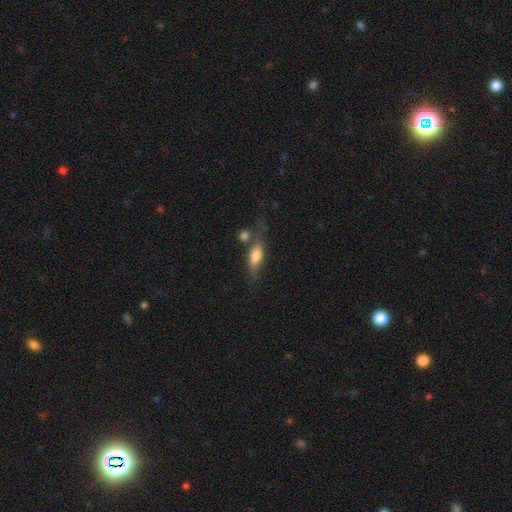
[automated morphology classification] Q: Smooth or featured?
A: smooth (67%); runner-up: featured or disk (26%)
Q: How rounded?
A: in between (64%); runner-up: cigar-shaped (32%)
Q: Merging?
A: none (51%); runner-up: minor disturbance (21%)